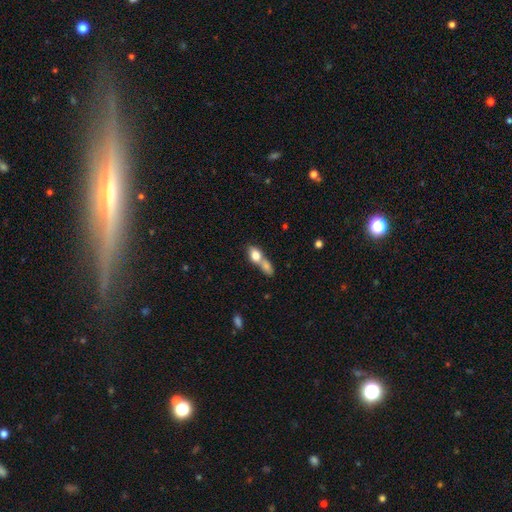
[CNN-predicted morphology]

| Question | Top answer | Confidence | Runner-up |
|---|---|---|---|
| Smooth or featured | smooth | 77% | featured or disk (15%) |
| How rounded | in between | 70% | round (23%) |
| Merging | merger | 71% | none (18%) |